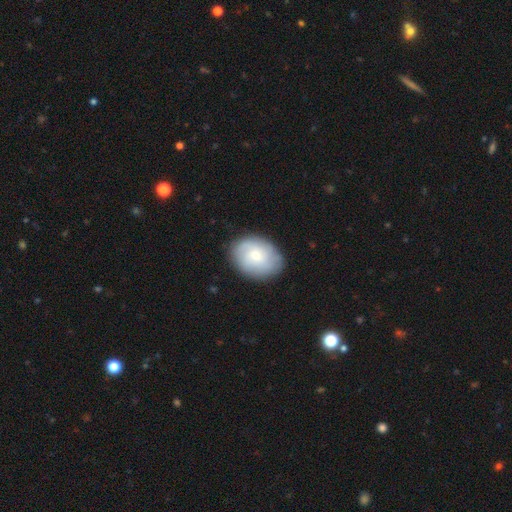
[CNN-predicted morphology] A smooth galaxy with no disk features (65%) that is in between round and cigar-shaped (66%).

Vote fractions:
- Smooth or featured? smooth: 65% / featured or disk: 29% / star or artifact: 6%
- How rounded? in between: 66% / round: 33% / cigar-shaped: 1%
- Merging? none: 82% / minor disturbance: 14% / major disturbance: 3% / merger: 1%